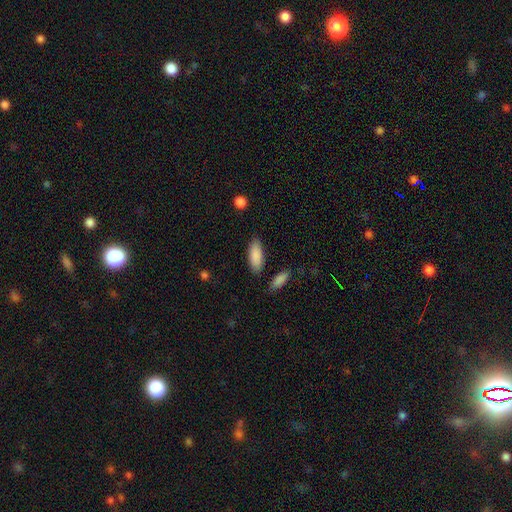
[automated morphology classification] Overall: smooth (89%). How rounded: in between (79%). Merging: none (84%).